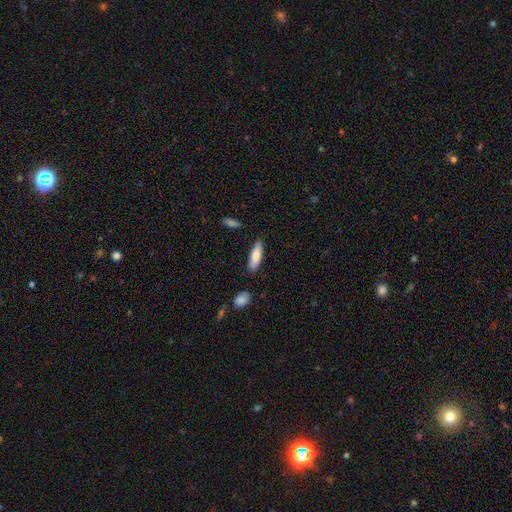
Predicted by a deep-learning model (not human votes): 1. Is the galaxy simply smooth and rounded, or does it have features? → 74% smooth, 20% featured or disk, 6% star or artifact.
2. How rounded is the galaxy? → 59% cigar-shaped, 40% in between, 2% round.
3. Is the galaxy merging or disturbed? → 85% none, 10% minor disturbance, 2% major disturbance, 2% merger.